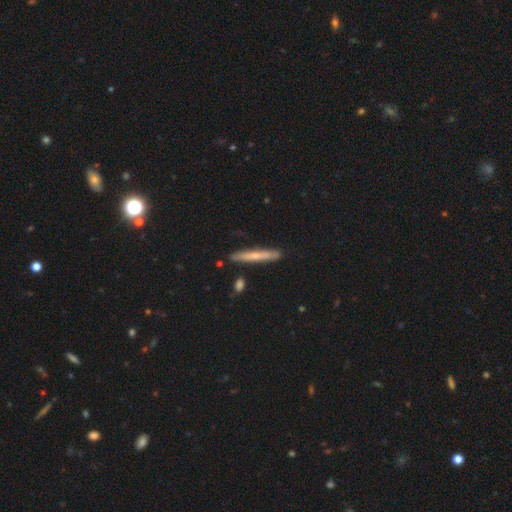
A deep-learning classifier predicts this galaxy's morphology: Overall: smooth (50%; featured or disk 44%). How rounded: cigar-shaped (95%). Merging: none (86%).